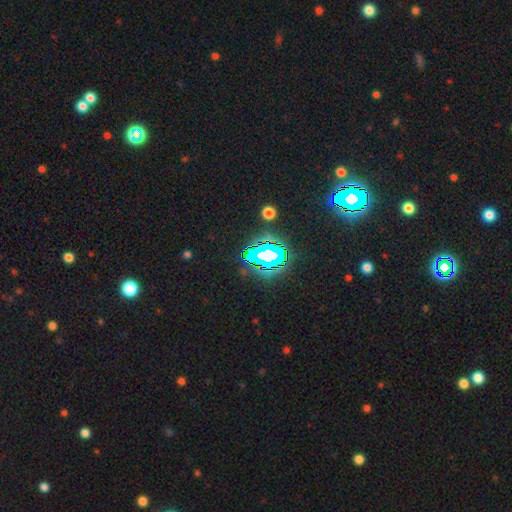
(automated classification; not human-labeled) smooth_or_featured: star or artifact (p=0.82) [alt: smooth p=0.12]